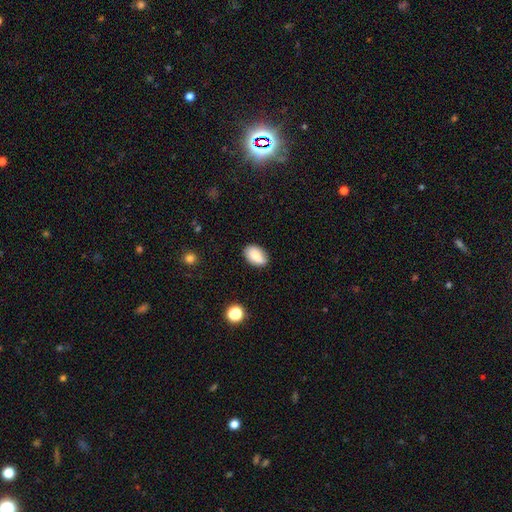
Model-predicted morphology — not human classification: smooth-or-featured: smooth: 80% | featured or disk: 12% | star or artifact: 8%
  how-rounded: in between: 90% | round: 9% | cigar-shaped: 2%
  merging: none: 81% | minor disturbance: 15% | major disturbance: 3% | merger: 2%